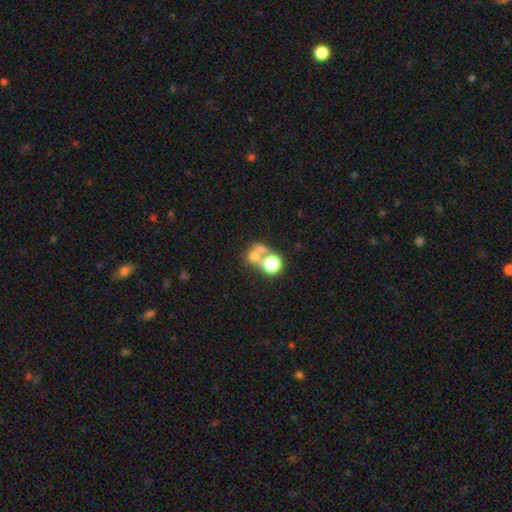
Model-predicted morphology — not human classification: Smooth or featured?
  - smooth: 56% *
  - star or artifact: 24%
  - featured or disk: 20%
How rounded?
  - round: 79% *
  - in between: 20%
  - cigar-shaped: 1%
Merging?
  - merger: 50% *
  - none: 37%
  - major disturbance: 7%
  - minor disturbance: 7%